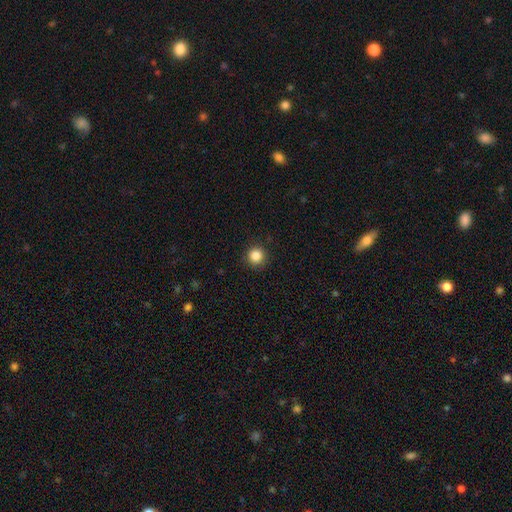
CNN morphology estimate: smooth_or_featured: smooth (p=0.85) [alt: star or artifact p=0.11]
how_rounded: round (p=0.94) [alt: in between p=0.05]
merging: none (p=0.91) [alt: minor disturbance p=0.06]